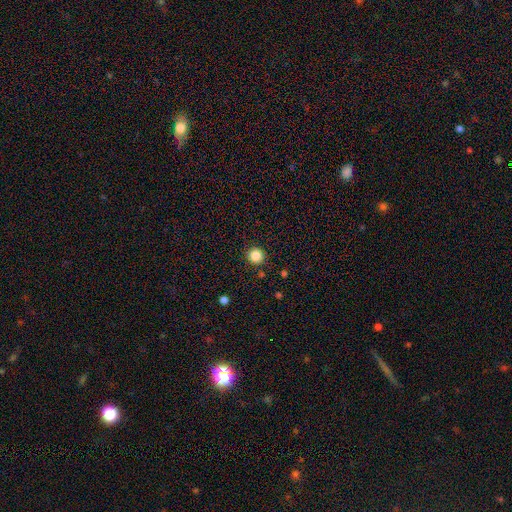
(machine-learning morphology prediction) smooth-or-featured: smooth: 85% | star or artifact: 11% | featured or disk: 4%
  how-rounded: round: 95% | in between: 4% | cigar-shaped: 1%
  merging: none: 91% | minor disturbance: 5% | major disturbance: 2% | merger: 2%